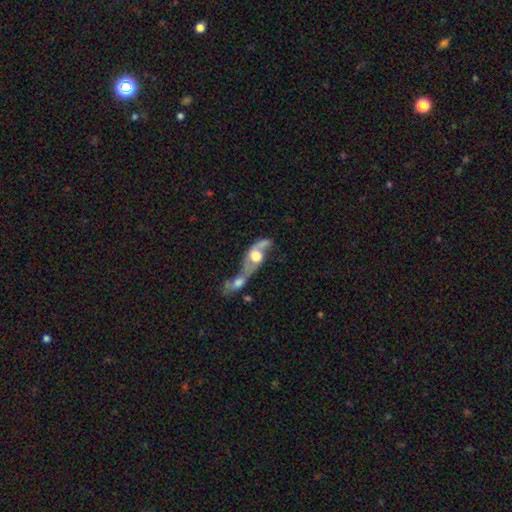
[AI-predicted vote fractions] Smooth or featured? featured or disk (63%)
Edge-on disk? no (83%)
Bar? no (77%)
Spiral arms? yes (64%)
Bulge size? moderate (44%)
Merging? merger (73%)